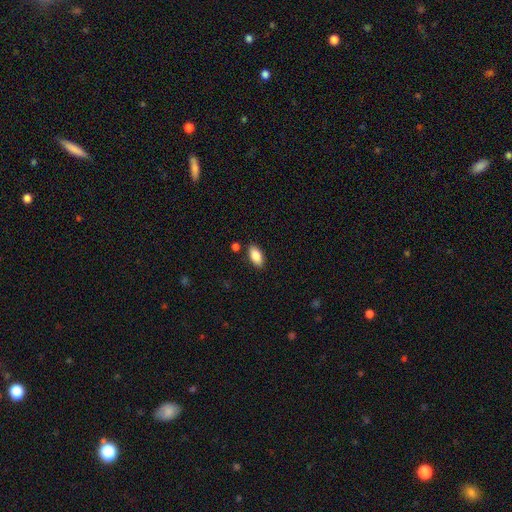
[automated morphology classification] Smooth or featured: smooth — 86% (star or artifact — 7%)
How rounded: in between — 92% (cigar-shaped — 6%)
Merging: none — 85% (minor disturbance — 10%)